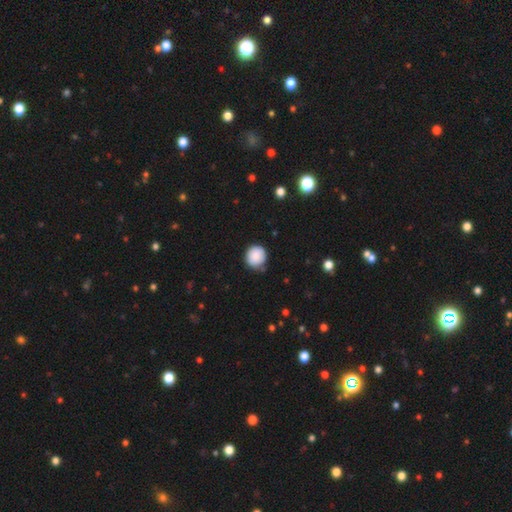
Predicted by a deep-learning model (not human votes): A smooth galaxy with no disk features (87%) that is round (92%).

Vote fractions:
- Smooth or featured? smooth: 87% / star or artifact: 8% / featured or disk: 5%
- How rounded? round: 92% / in between: 7% / cigar-shaped: 1%
- Merging? none: 80% / minor disturbance: 15% / major disturbance: 3% / merger: 2%